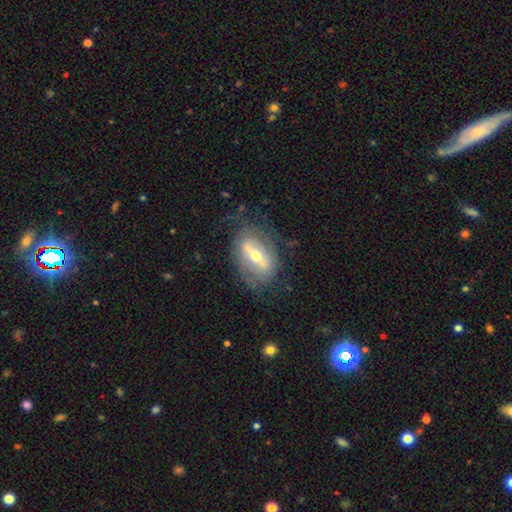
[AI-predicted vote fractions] This appears to be a featured or disk galaxy (68%) with a strong bar (66%), no spiral arms (64%) and a moderate central bulge (66%). Merging: none (70%).